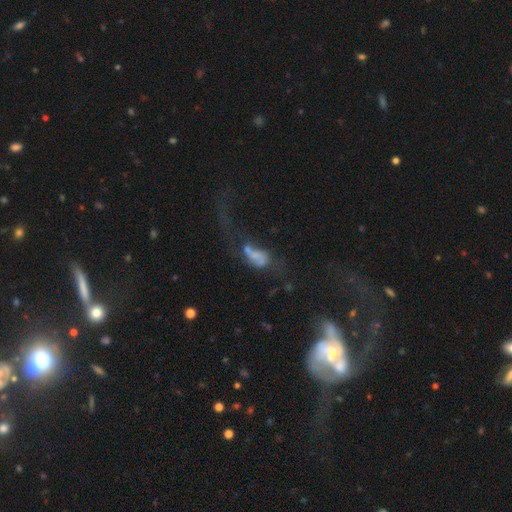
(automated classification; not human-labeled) A smooth galaxy with no disk features (45%). Merging: major disturbance (39%).